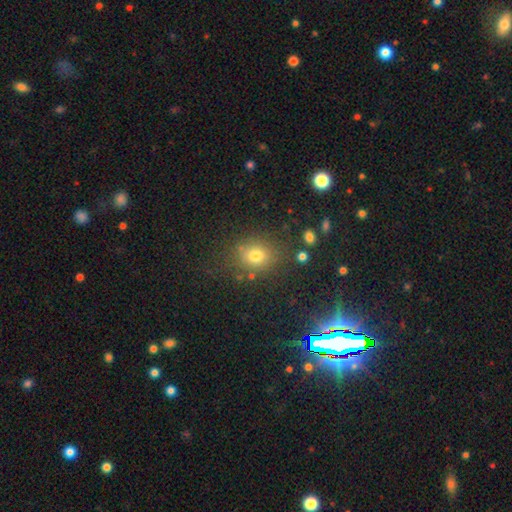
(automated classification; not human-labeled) This is likely a smooth galaxy (74%). How rounded: likely round (62%). Merging: likely none (78%).